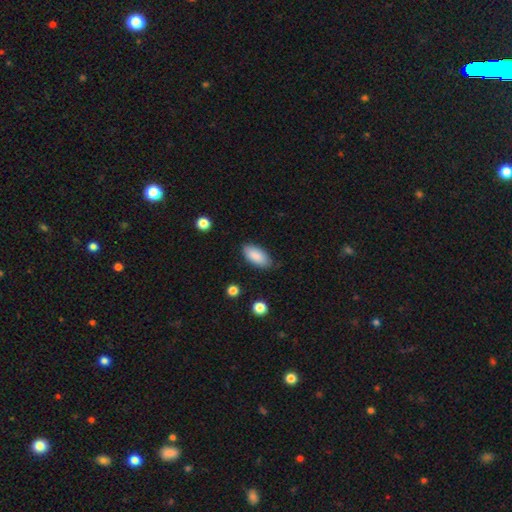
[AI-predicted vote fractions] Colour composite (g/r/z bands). It shows a smooth galaxy with no disk features (88%) that is in between round and cigar-shaped (91%). Merging: none (82%).